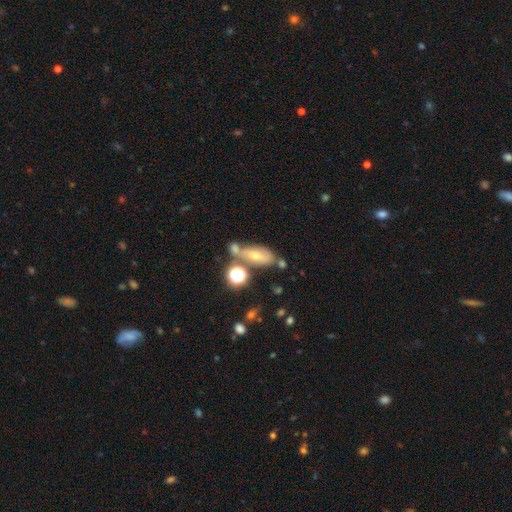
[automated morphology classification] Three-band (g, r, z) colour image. It shows a smooth galaxy with no disk features (44%). Merging: none (52%).